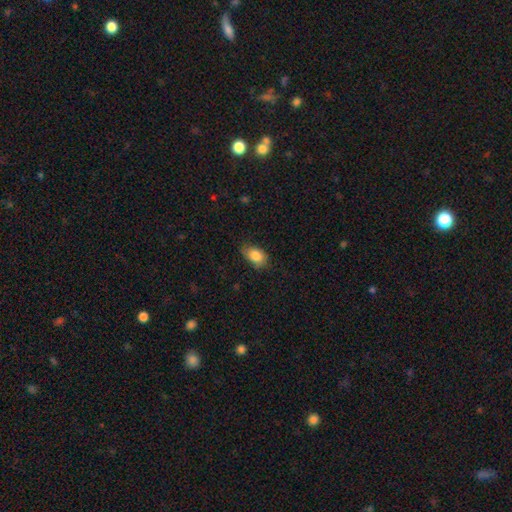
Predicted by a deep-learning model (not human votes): Morphology: type=smooth (84%); roundness=in between (86%); merging=none (68%).